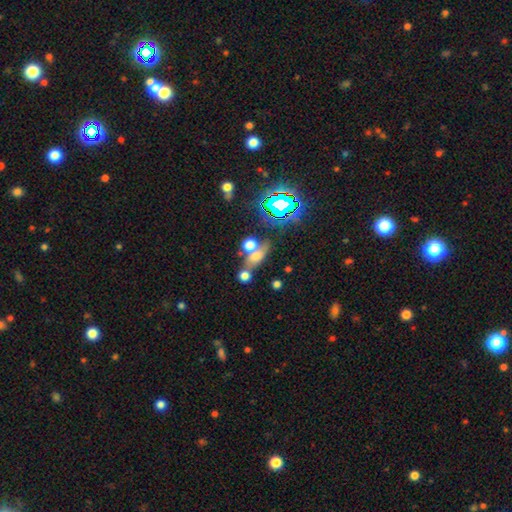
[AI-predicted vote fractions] smooth_or_featured: smooth (p=0.54) [alt: star or artifact p=0.27]
how_rounded: in between (p=0.58) [alt: round p=0.28]
merging: none (p=0.42) [alt: merger p=0.40]